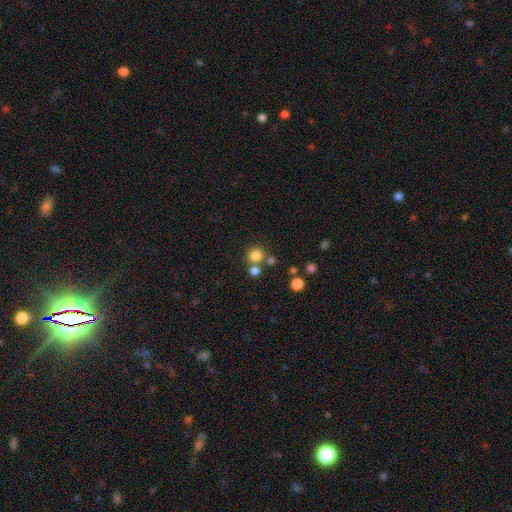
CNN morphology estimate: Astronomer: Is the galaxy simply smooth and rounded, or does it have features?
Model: smooth — 79%.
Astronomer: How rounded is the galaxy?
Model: round — 92%.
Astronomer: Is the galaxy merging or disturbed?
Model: none — 70%.